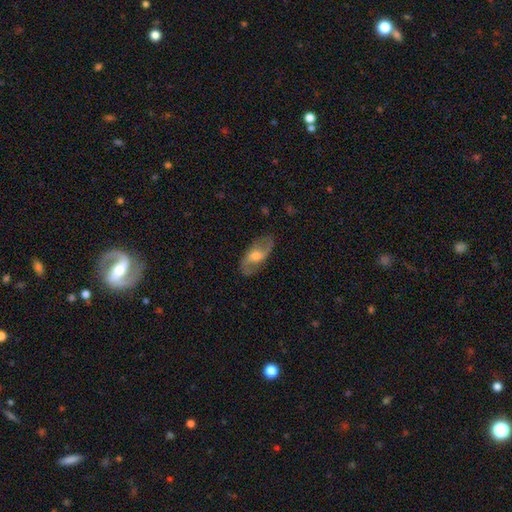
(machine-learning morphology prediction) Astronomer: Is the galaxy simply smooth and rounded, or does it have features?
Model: featured or disk — 71%.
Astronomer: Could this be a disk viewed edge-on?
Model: no — 90%.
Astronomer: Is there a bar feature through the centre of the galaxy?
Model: weak — 43% (runner-up: no, 42%).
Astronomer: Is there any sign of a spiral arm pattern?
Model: yes — 86%.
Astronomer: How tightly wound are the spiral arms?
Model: loose — 52% (runner-up: medium, 37%).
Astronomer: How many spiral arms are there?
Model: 2 — 89%.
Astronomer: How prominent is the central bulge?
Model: moderate — 61%.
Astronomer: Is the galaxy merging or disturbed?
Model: none — 79%.